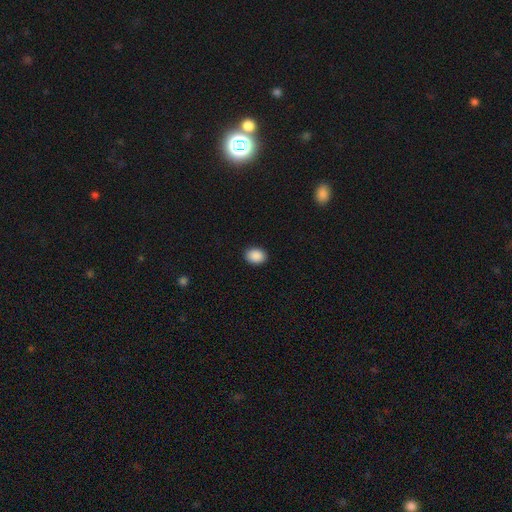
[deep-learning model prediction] Smooth or featured? Predicted: smooth (p=0.90). How rounded? Predicted: in between (p=0.66). Merging? Predicted: none (p=0.91).